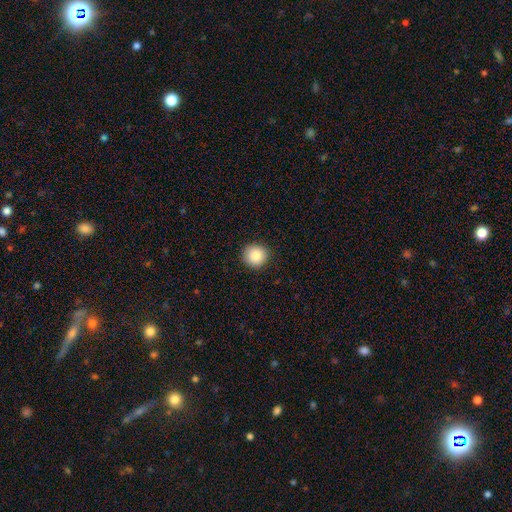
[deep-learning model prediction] Smooth or featured? smooth (88%)
How rounded? round (90%)
Merging? none (91%)